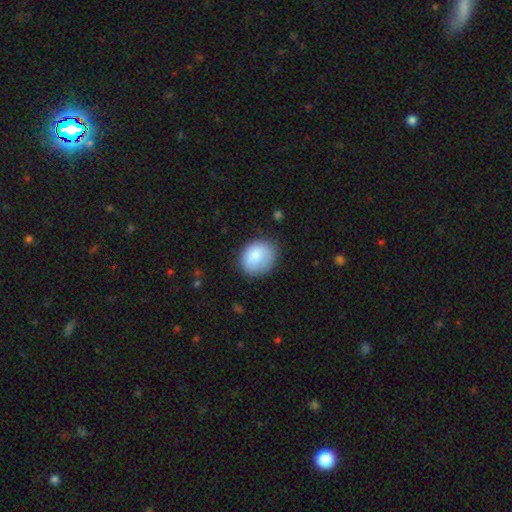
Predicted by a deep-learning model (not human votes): Morphology: type=smooth (85%); roundness=round (56%); merging=none (70%).